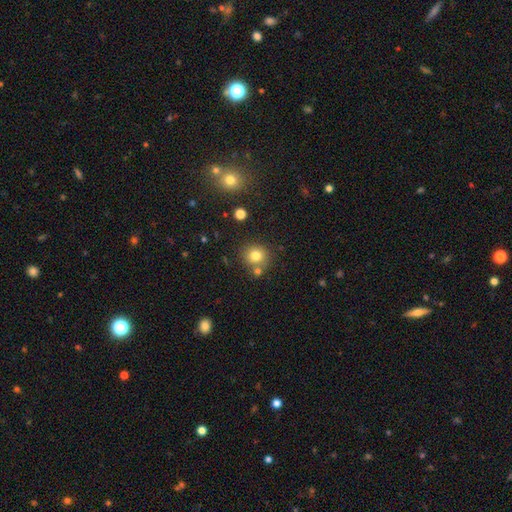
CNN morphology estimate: Smooth or featured: smooth — 79% (star or artifact — 13%)
How rounded: round — 87% (in between — 12%)
Merging: none — 70% (merger — 16%)